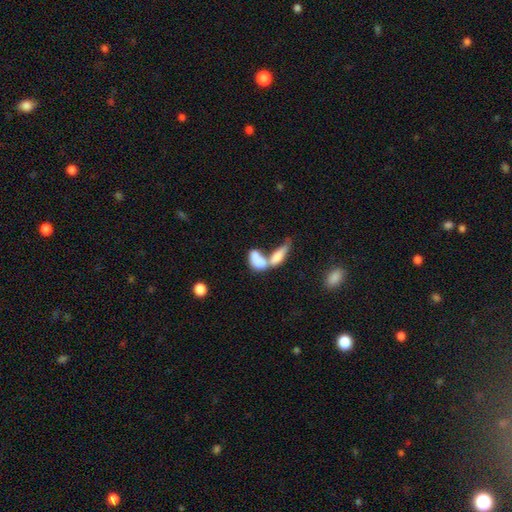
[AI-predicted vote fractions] Smooth or featured? smooth (74%)
How rounded? in between (85%)
Merging? merger (71%)